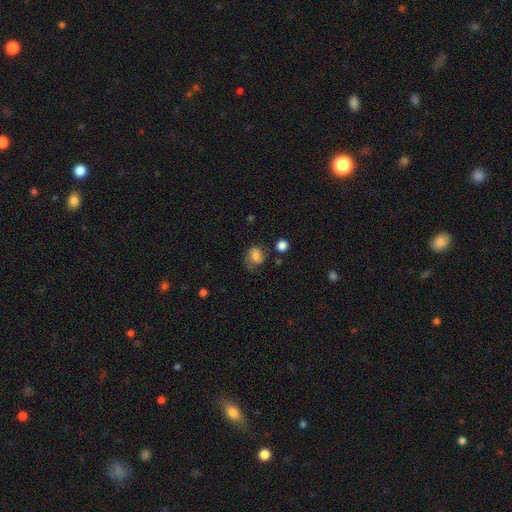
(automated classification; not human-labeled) The model was most divided on "how rounded": round: 53%, in between: 46%, cigar-shaped: 1%. Remaining: smooth or featured — smooth (68%); merging — none (49%).